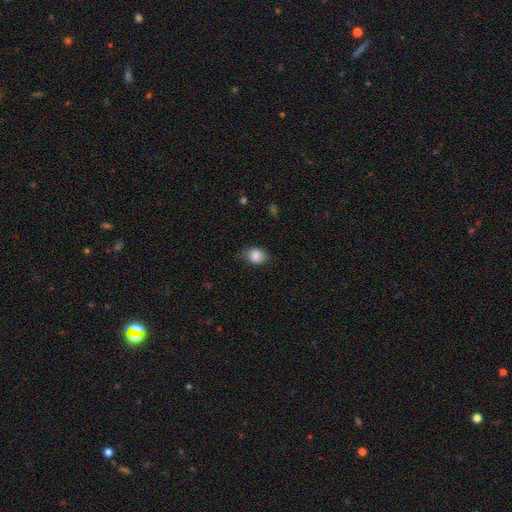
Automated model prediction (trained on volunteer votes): smooth-or-featured: smooth: 86% | star or artifact: 8% | featured or disk: 6%
  how-rounded: in between: 62% | round: 36% | cigar-shaped: 1%
  merging: none: 72% | minor disturbance: 22% | major disturbance: 5% | merger: 1%